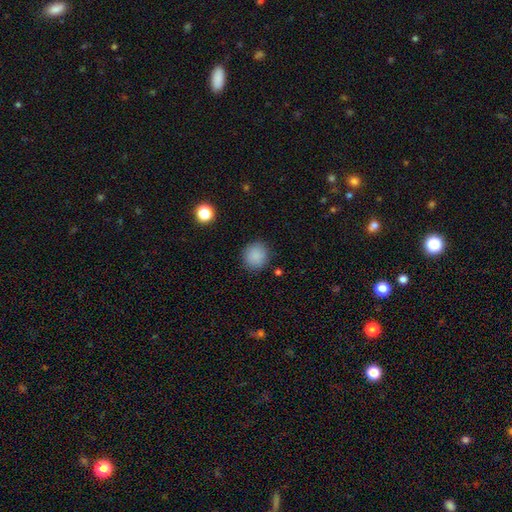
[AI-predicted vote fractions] Smooth or featured? smooth (87%)
How rounded? round (89%)
Merging? none (88%)